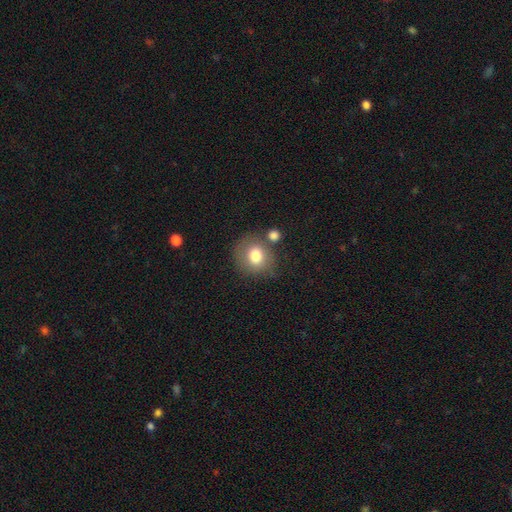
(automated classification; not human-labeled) Morphology: type=smooth (77%); roundness=round (73%); merging=none (65%).